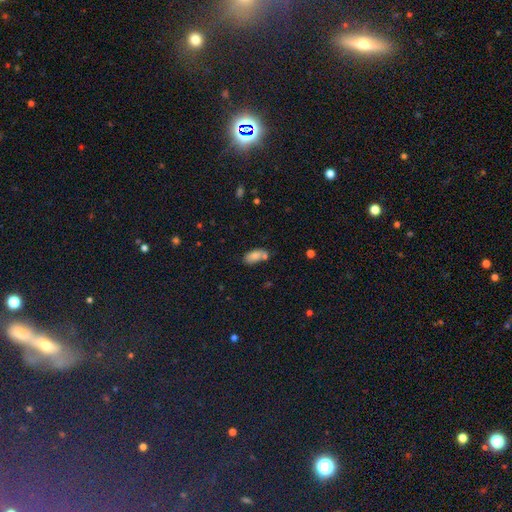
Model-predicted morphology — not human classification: This appears to be a smooth galaxy with no disk features (81%) that is in between round and cigar-shaped (89%). Merging: none (54%).